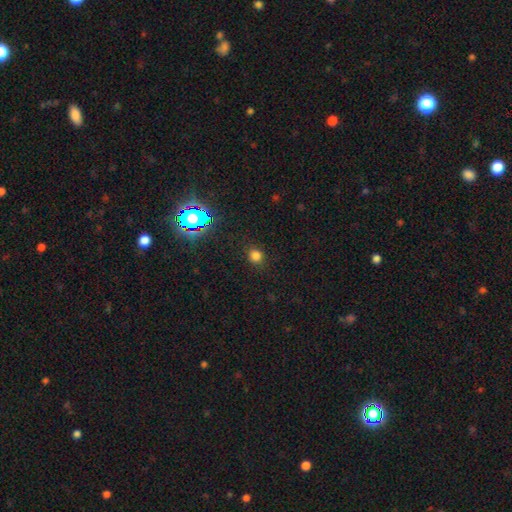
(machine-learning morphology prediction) type=smooth (76%); roundness=round (81%); merging=none (86%).